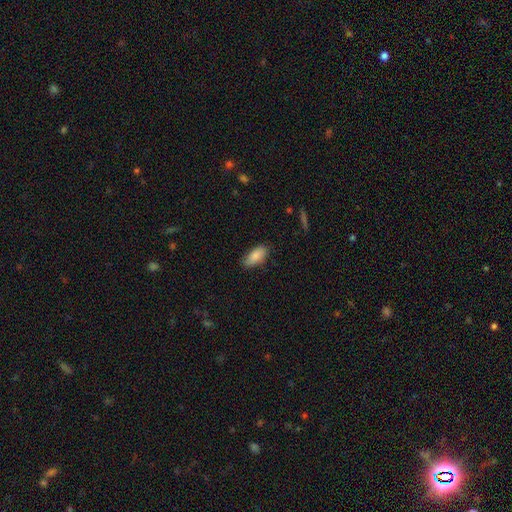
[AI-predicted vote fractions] Overall: smooth (87%). How rounded: in between (88%). Merging: none (82%).